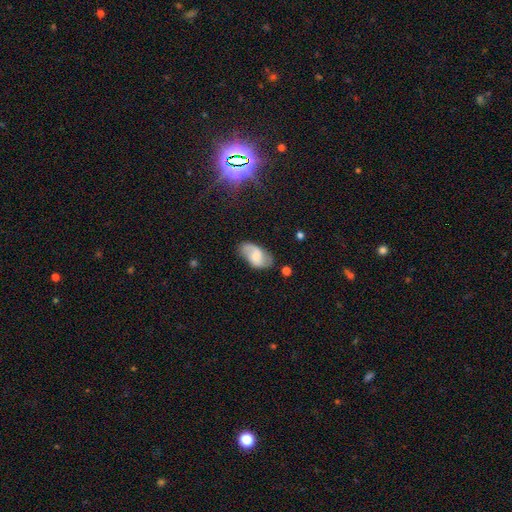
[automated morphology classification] Smooth or featured? featured or disk (47%)
Merging? none (65%)